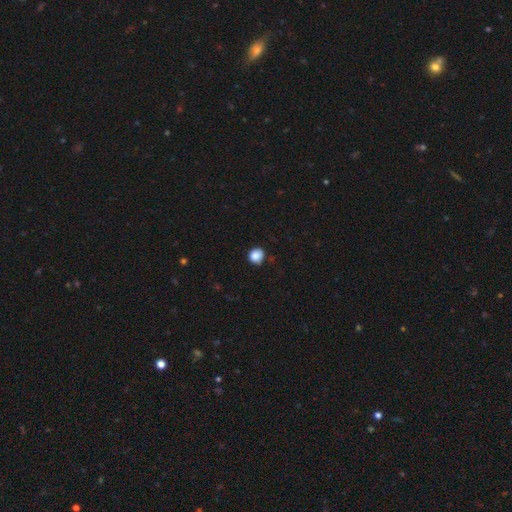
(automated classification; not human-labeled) This appears to be a smooth galaxy with no disk features (87%) that is round (87%). Merging: none (81%).